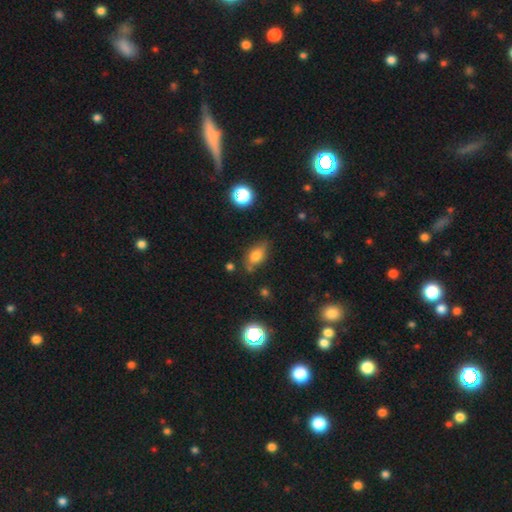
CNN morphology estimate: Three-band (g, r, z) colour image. It shows a smooth galaxy with no disk features (68%) that is in between round and cigar-shaped (80%). Merging: none (68%).